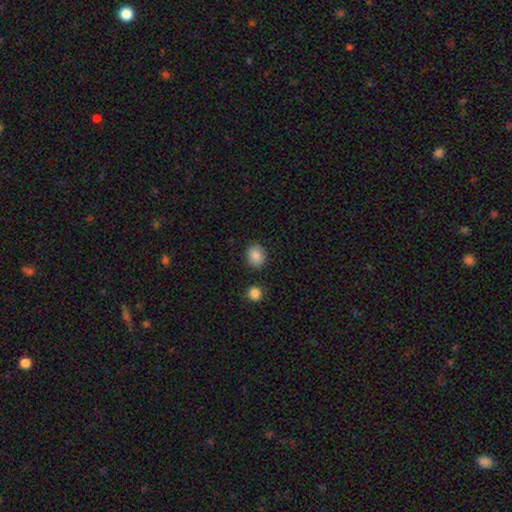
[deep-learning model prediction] A smooth galaxy with no disk features (87%) that is round (65%). Merging: none (85%).